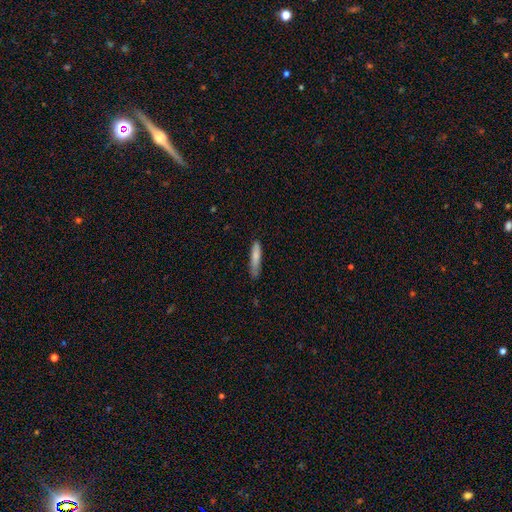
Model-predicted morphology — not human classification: Smooth or featured?
  - smooth: 78% *
  - featured or disk: 15%
  - star or artifact: 6%
How rounded?
  - cigar-shaped: 87% *
  - in between: 11%
  - round: 1%
Merging?
  - none: 73% *
  - minor disturbance: 21%
  - major disturbance: 4%
  - merger: 2%